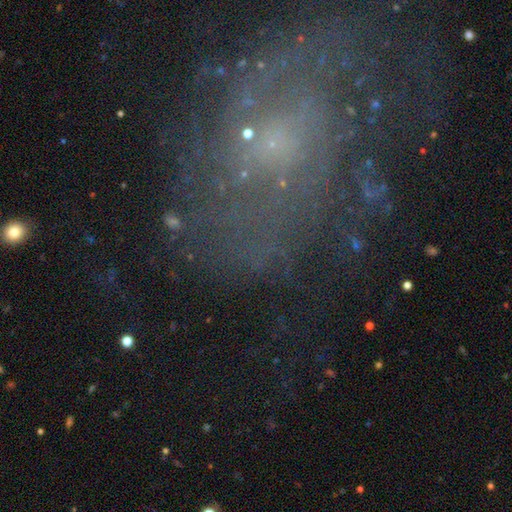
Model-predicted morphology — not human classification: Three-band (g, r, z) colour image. It shows a featured or disk galaxy (65%) with no bar (74%), spiral arms (72%) and a small central bulge (64%). Merging: none (61%).